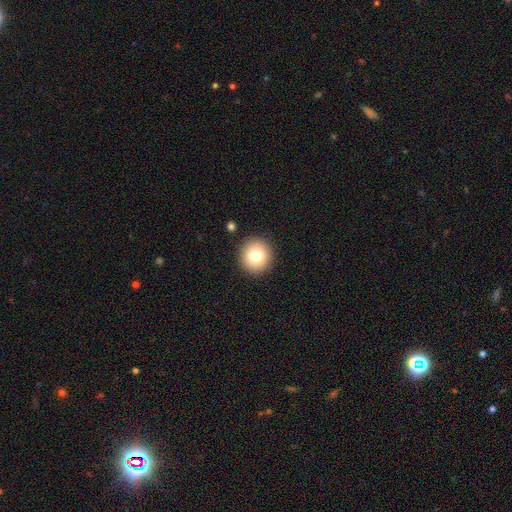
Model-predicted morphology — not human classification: smooth-or-featured: smooth: 79% | featured or disk: 11% | star or artifact: 10%
  how-rounded: round: 93% | in between: 6% | cigar-shaped: 1%
  merging: none: 91% | minor disturbance: 6% | major disturbance: 2% | merger: 2%